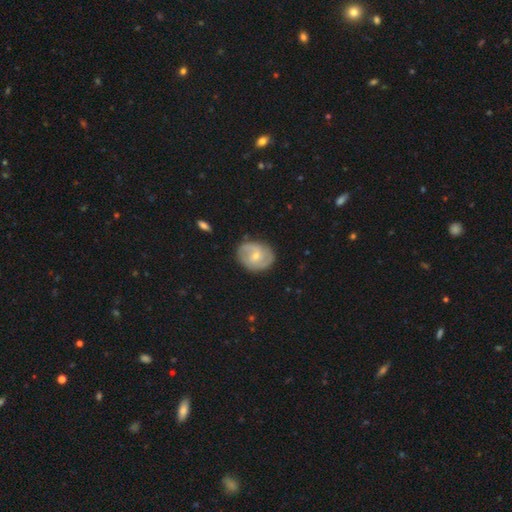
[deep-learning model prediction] This is likely a featured or disk galaxy (73%). It is clearly not viewed edge-on (97%). Bar: possibly no (47%). Spiral arm pattern: clearly yes (89%). Spiral arm count: likely 2 (70%). Spiral winding: marginally medium (45%). Central bulge: likely small (62%). Merging: likely none (80%).